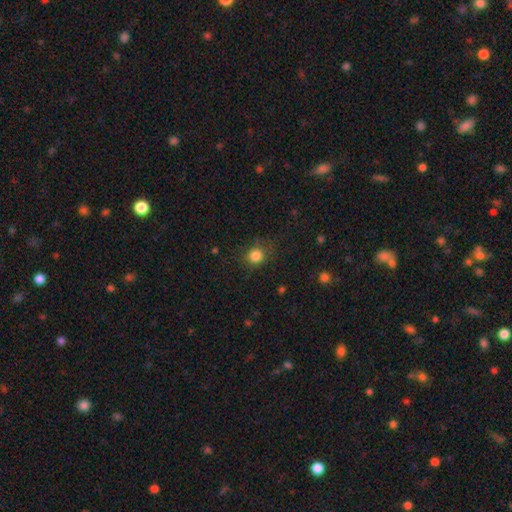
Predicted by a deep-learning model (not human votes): A smooth galaxy with no disk features (83%) that is round (86%).

Vote fractions:
- Smooth or featured? smooth: 83% / star or artifact: 12% / featured or disk: 5%
- How rounded? round: 86% / in between: 13% / cigar-shaped: 1%
- Merging? none: 79% / minor disturbance: 14% / major disturbance: 6% / merger: 1%